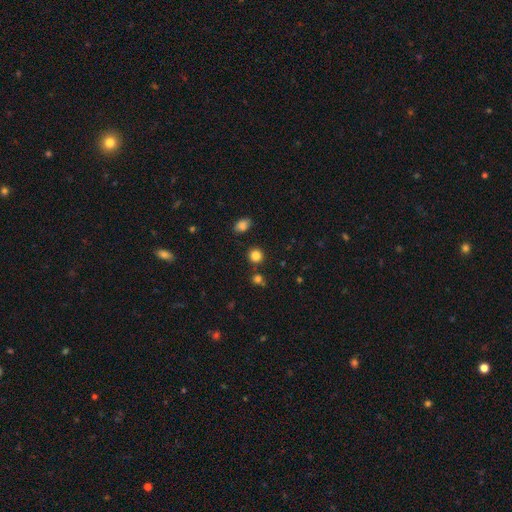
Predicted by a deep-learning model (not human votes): A smooth galaxy with no disk features (83%) that is round (90%). Merging: none (85%).